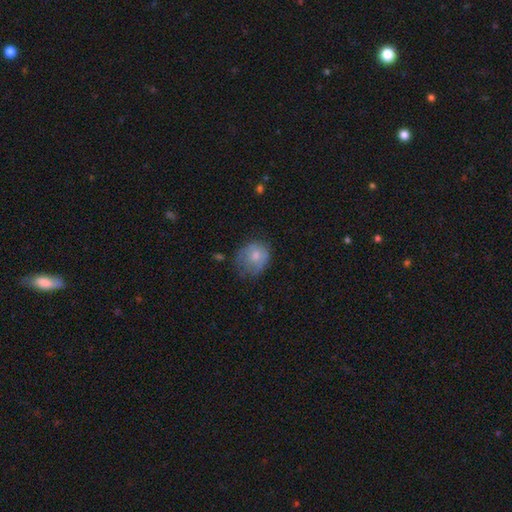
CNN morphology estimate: This appears to be a smooth galaxy with no disk features (70%) that is round (70%). Merging: none (46%).